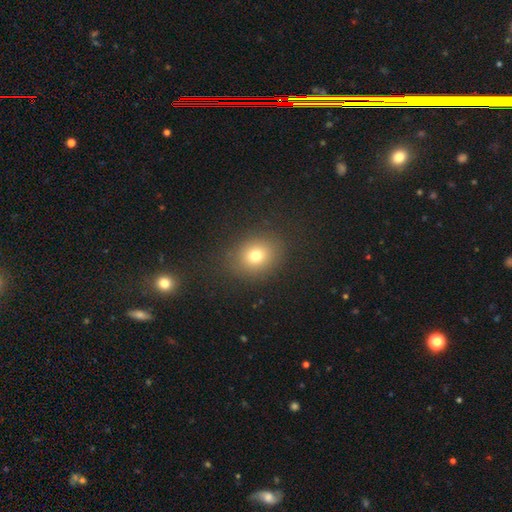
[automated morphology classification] This is likely a smooth galaxy (75%). How rounded: likely round (62%). Merging: clearly none (86%).